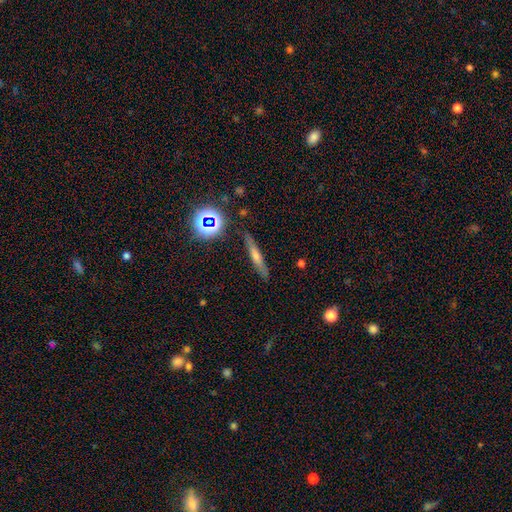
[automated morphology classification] This is possibly a featured or disk galaxy (50%). Merging: clearly none (87%).